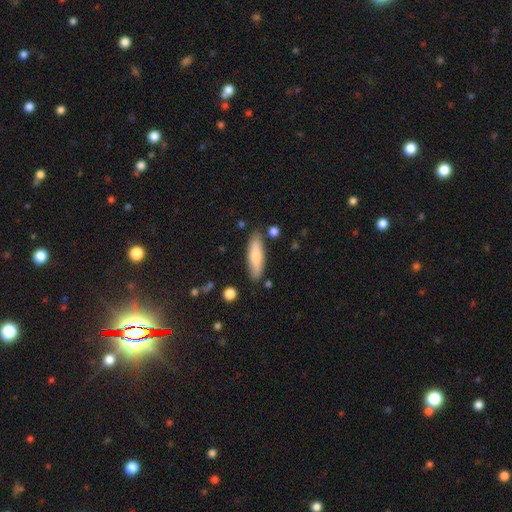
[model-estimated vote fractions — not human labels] Morphology: type=smooth (72%); roundness=cigar-shaped (59%); merging=none (82%).